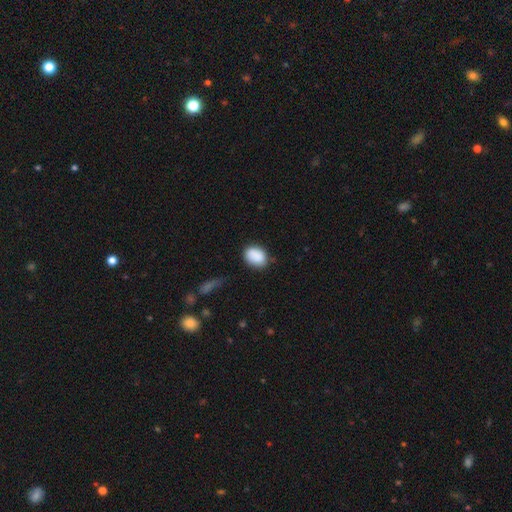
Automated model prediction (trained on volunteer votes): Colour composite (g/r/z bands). It shows a smooth galaxy with no disk features (88%) that is in between round and cigar-shaped (71%). Merging: none (75%).